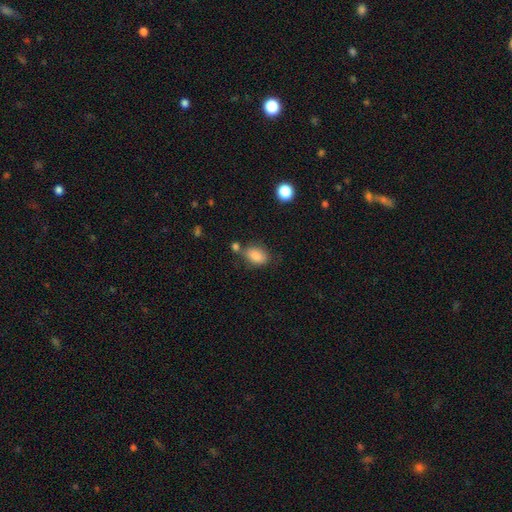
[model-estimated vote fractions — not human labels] Smooth or featured: smooth — 85% (star or artifact — 8%)
How rounded: in between — 84% (round — 14%)
Merging: none — 62% (minor disturbance — 19%)